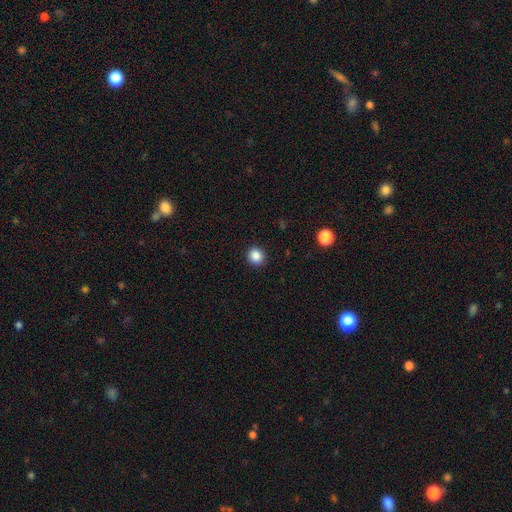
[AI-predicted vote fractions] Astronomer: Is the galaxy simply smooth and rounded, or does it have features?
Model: smooth — 87%.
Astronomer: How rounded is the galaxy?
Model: round — 85%.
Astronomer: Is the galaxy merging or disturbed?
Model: none — 92%.